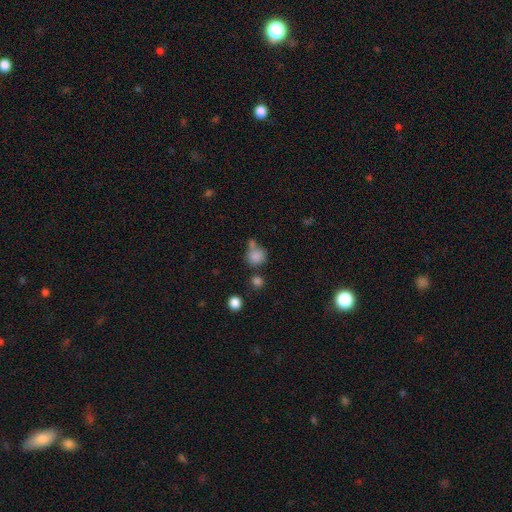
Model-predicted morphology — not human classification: Smooth or featured? Predicted: smooth (p=0.82). How rounded? Predicted: round (p=0.84). Merging? Predicted: none (p=0.52).